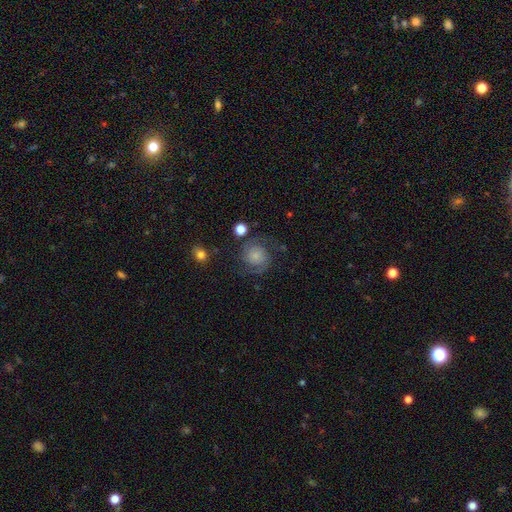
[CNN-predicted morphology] Smooth or featured? Predicted: featured or disk (p=0.61). Edge-on disk? Predicted: no (p=0.98). Bar? Predicted: no (p=0.75). Spiral arms? Predicted: yes (p=0.93). Spiral winding? Predicted: medium (p=0.46). Spiral arm count? Predicted: 2 (p=0.87). Bulge size? Predicted: small (p=0.42). Merging? Predicted: none (p=0.68).